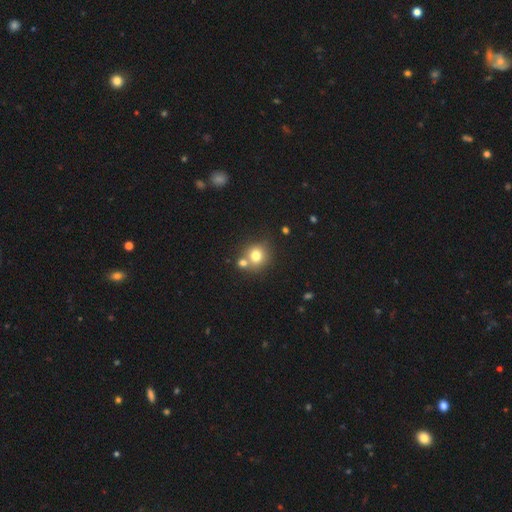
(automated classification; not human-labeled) A smooth galaxy with no disk features (75%) that is round (85%). Merging: none (60%).